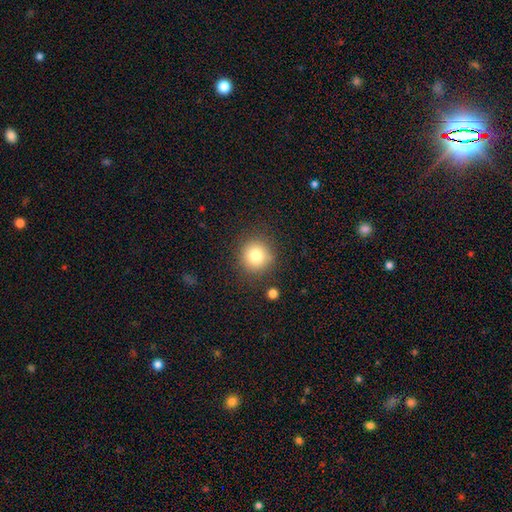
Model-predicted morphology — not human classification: Overall: smooth (81%). How rounded: round (92%). Merging: none (86%).